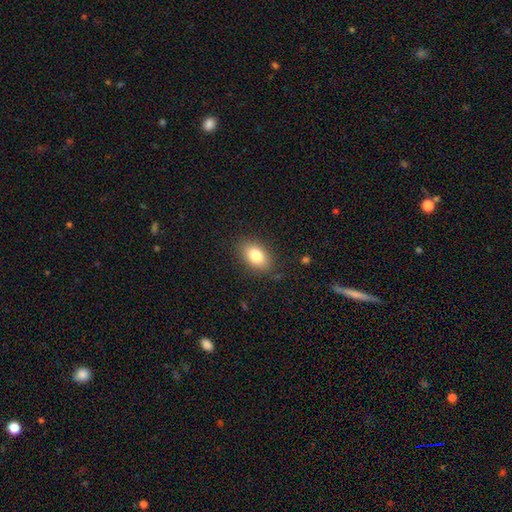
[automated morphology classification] Smooth or featured? Predicted: smooth (p=0.81). How rounded? Predicted: in between (p=0.88). Merging? Predicted: none (p=0.85).